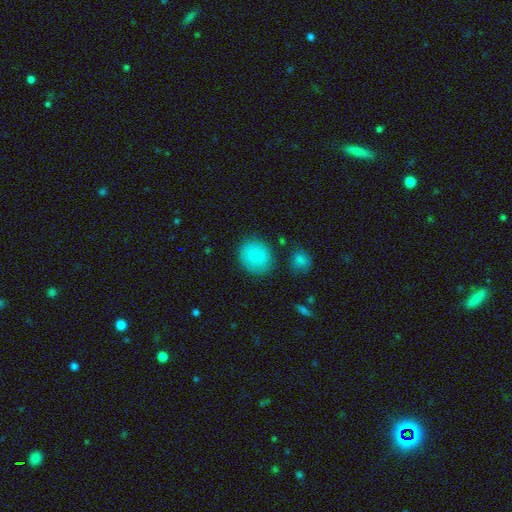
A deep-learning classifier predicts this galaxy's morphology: A smooth galaxy with no disk features (86%) that is round (76%). Merging: none (81%).